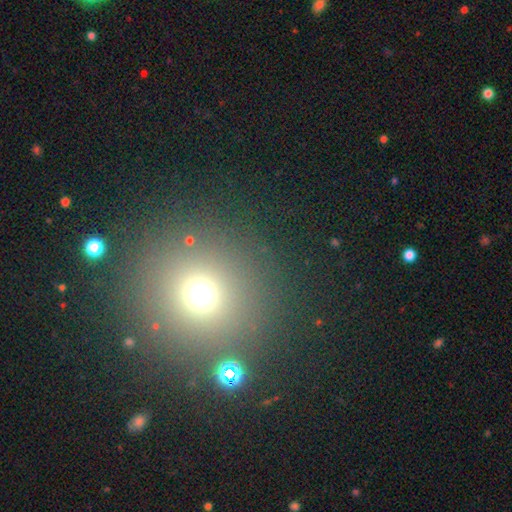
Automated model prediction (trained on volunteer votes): smooth-or-featured: smooth: 61% | star or artifact: 31% | featured or disk: 8%
  how-rounded: round: 92% | in between: 7% | cigar-shaped: 1%
  merging: none: 86% | minor disturbance: 6% | merger: 4% | major disturbance: 3%